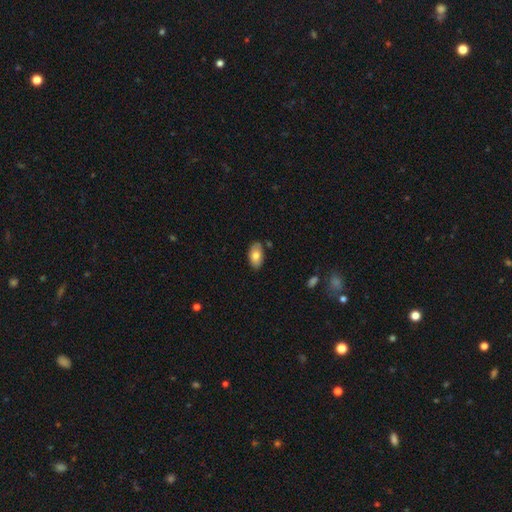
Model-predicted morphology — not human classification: A smooth galaxy with no disk features (76%) that is in between round and cigar-shaped (94%). Merging: none (81%).